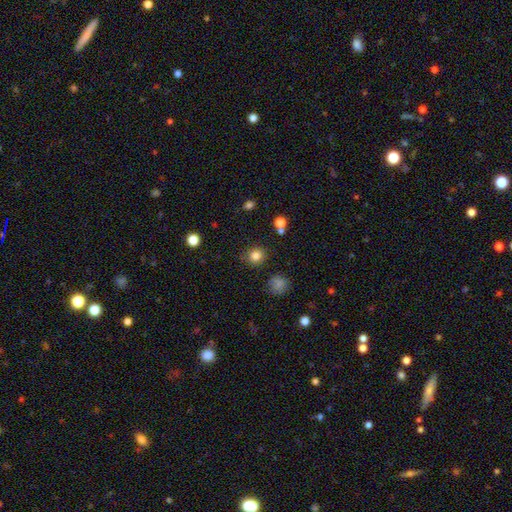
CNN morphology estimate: type=smooth (83%); roundness=round (89%); merging=none (87%).